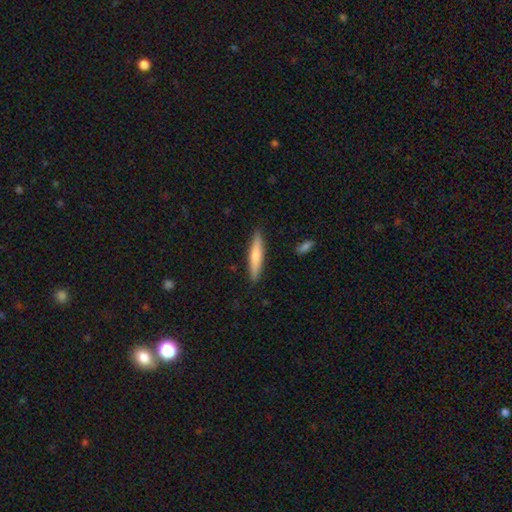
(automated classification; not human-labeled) A smooth galaxy with no disk features (68%) that is cigar-shaped (87%).

Vote fractions:
- Smooth or featured? smooth: 68% / featured or disk: 27% / star or artifact: 5%
- How rounded? cigar-shaped: 87% / in between: 11% / round: 1%
- Merging? none: 88% / minor disturbance: 9% / major disturbance: 2% / merger: 1%